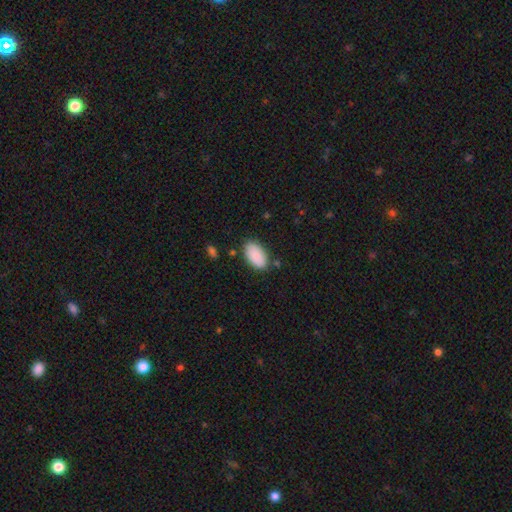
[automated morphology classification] The model was most divided on "merging": none: 83%, minor disturbance: 12%, major disturbance: 3%, merger: 2%. More confident: how rounded — in between (95%); smooth or featured — smooth (90%).